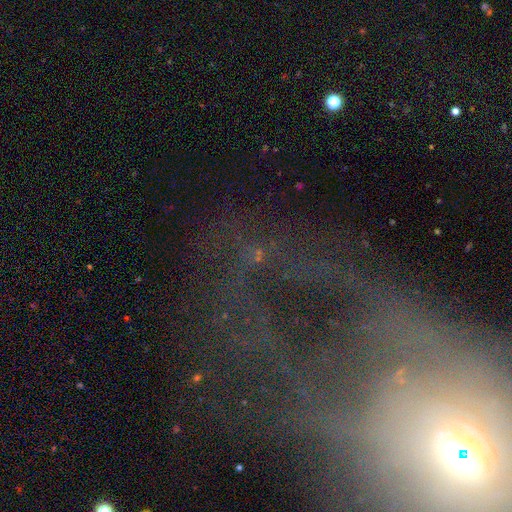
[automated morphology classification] Smooth or featured?
  - featured or disk: 48% *
  - star or artifact: 36%
  - smooth: 16%
Merging?
  - none: 61% *
  - major disturbance: 17%
  - minor disturbance: 15%
  - merger: 8%